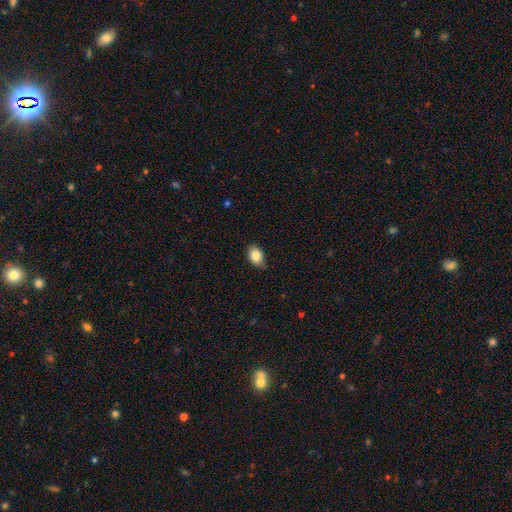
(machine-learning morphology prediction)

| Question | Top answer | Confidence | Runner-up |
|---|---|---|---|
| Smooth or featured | smooth | 84% | featured or disk (8%) |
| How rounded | in between | 81% | round (18%) |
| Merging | none | 73% | minor disturbance (23%) |